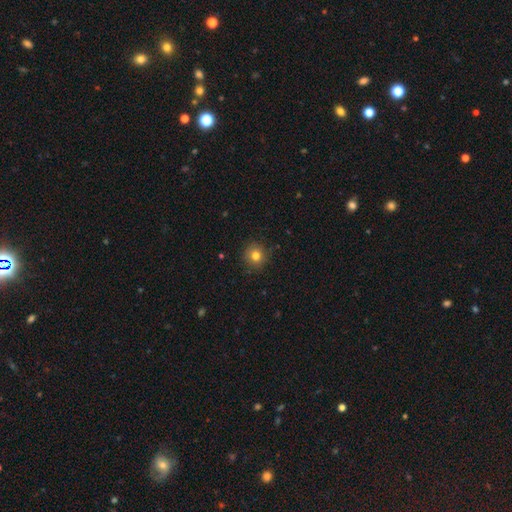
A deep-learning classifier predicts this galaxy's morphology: A smooth galaxy with no disk features (80%) that is round (93%).

Vote fractions:
- Smooth or featured? smooth: 80% / star or artifact: 13% / featured or disk: 7%
- How rounded? round: 93% / in between: 6% / cigar-shaped: 1%
- Merging? none: 89% / minor disturbance: 8% / major disturbance: 2% / merger: 1%